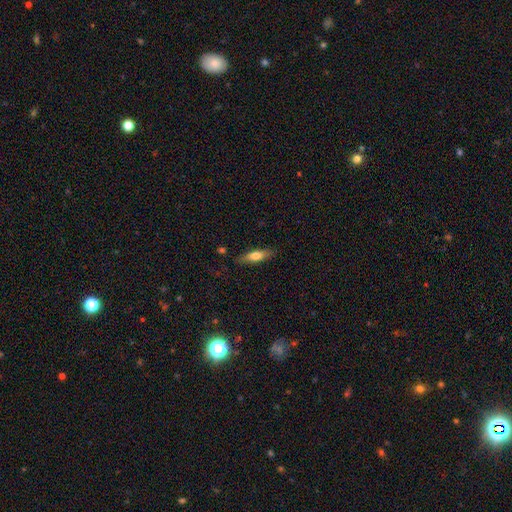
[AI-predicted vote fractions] smooth_or_featured: smooth (p=0.65) [alt: featured or disk p=0.29]
how_rounded: cigar-shaped (p=0.60) [alt: in between p=0.38]
merging: none (p=0.84) [alt: minor disturbance p=0.12]